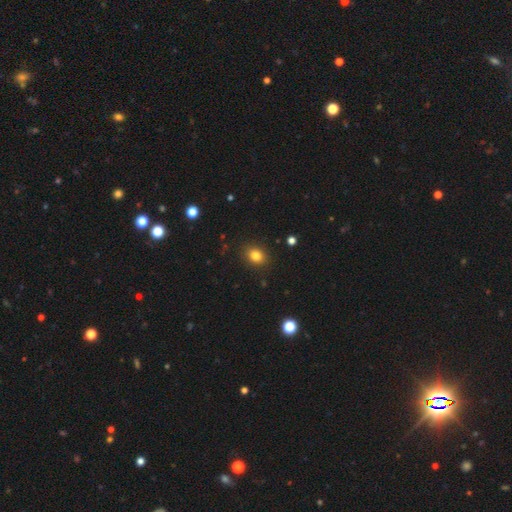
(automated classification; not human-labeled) Overall: smooth (82%). How rounded: in between (52%; round 46%). Merging: none (88%).